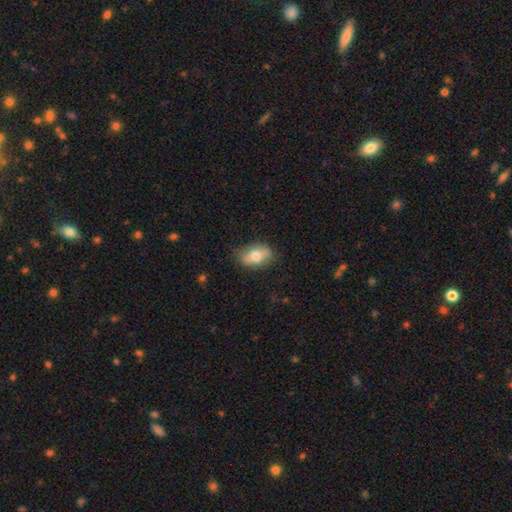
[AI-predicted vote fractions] Smooth or featured? Predicted: smooth (p=0.68). How rounded? Predicted: in between (p=0.87). Merging? Predicted: none (p=0.75).